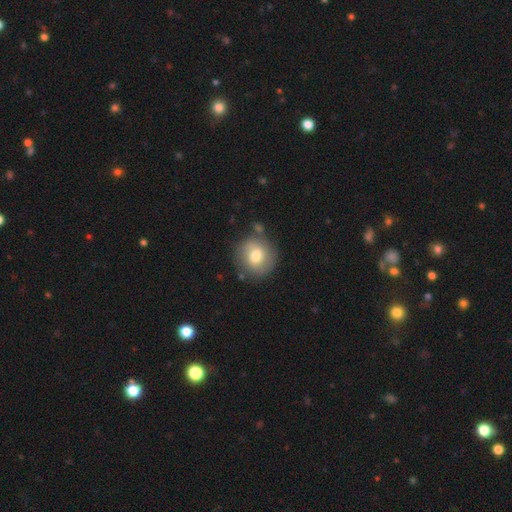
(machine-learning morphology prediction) Smooth or featured? smooth (70%)
How rounded? round (91%)
Merging? none (76%)